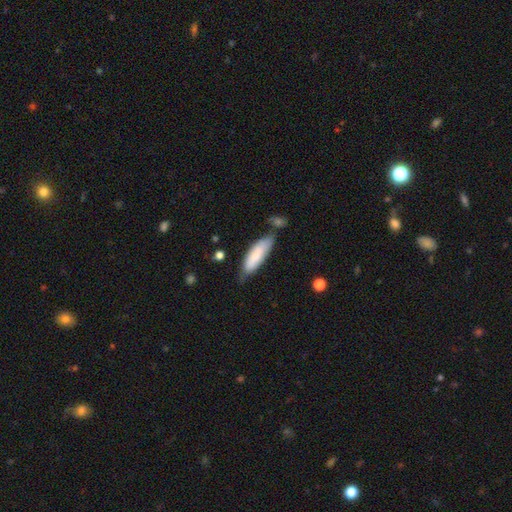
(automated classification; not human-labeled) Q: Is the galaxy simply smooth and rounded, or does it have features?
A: smooth — 79%.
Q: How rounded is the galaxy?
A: in between — 51%.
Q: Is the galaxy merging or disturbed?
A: none — 58%.